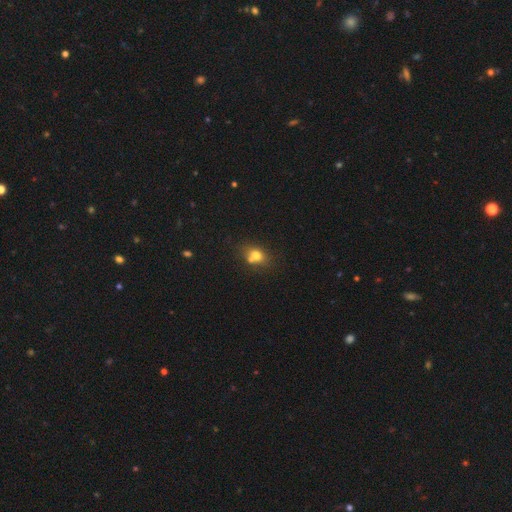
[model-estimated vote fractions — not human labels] smooth 73%, featured or disk 14%, star or artifact 12%. Down the decision tree: how rounded — round (50%); merging — none (50%).